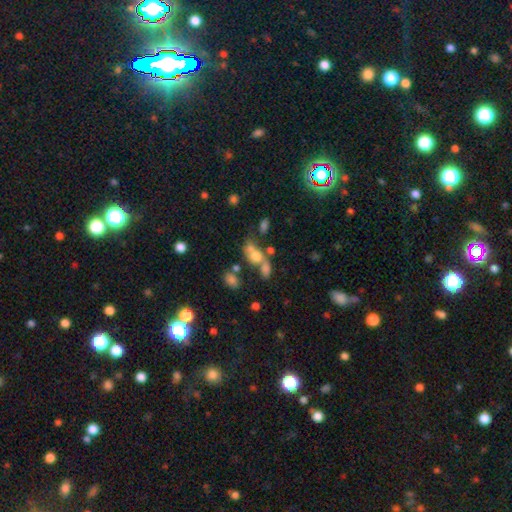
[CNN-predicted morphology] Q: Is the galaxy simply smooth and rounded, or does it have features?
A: smooth — 59%.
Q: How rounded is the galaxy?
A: in between — 65%.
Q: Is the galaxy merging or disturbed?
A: merger — 45%.